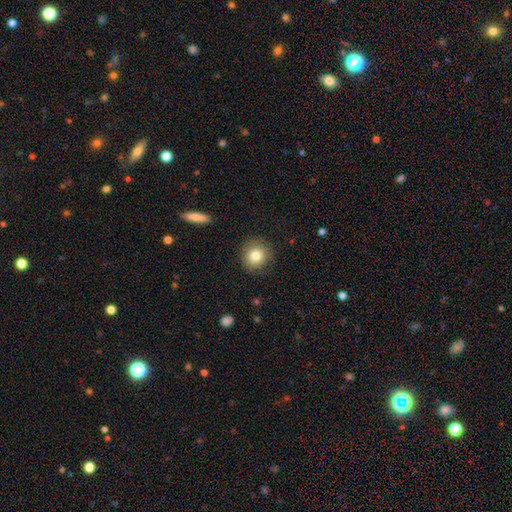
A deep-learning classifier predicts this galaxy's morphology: Q: Smooth or featured?
A: smooth (80%); runner-up: featured or disk (10%)
Q: How rounded?
A: round (88%); runner-up: in between (11%)
Q: Merging?
A: none (85%); runner-up: minor disturbance (10%)